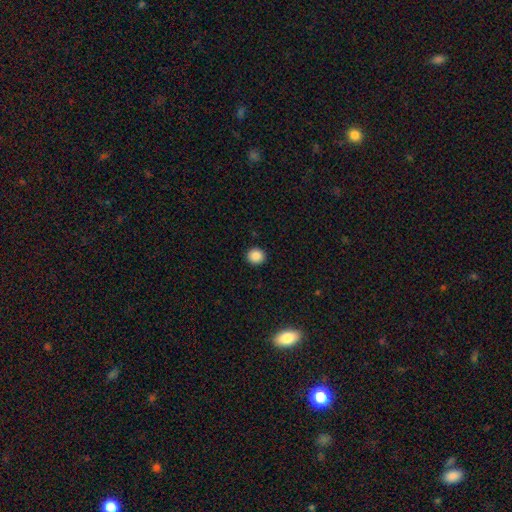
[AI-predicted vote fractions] This appears to be a smooth galaxy with no disk features (88%) that is round (90%). Merging: none (93%).